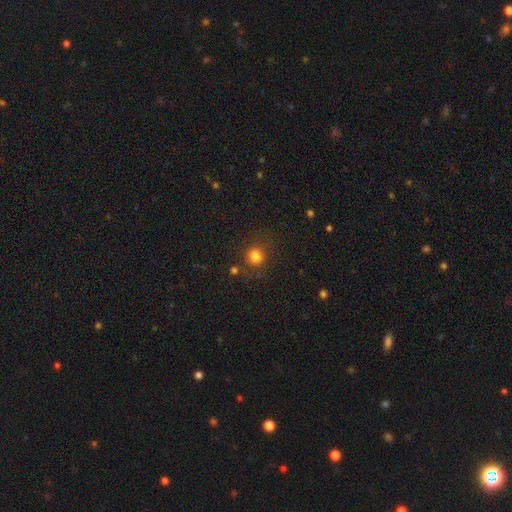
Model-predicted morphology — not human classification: A smooth galaxy with no disk features (80%) that is round (87%).

Vote fractions:
- Smooth or featured? smooth: 80% / star or artifact: 14% / featured or disk: 6%
- How rounded? round: 87% / in between: 12% / cigar-shaped: 1%
- Merging? none: 79% / minor disturbance: 11% / major disturbance: 5% / merger: 5%